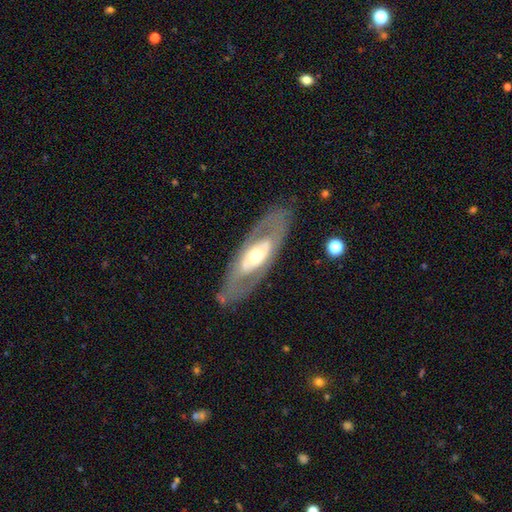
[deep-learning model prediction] Overall: featured or disk (70%). Edge-on disk: no (82%). Bar: no (72%). Spiral arms: no (74%). Bulge size: moderate (64%). Merging: none (80%).